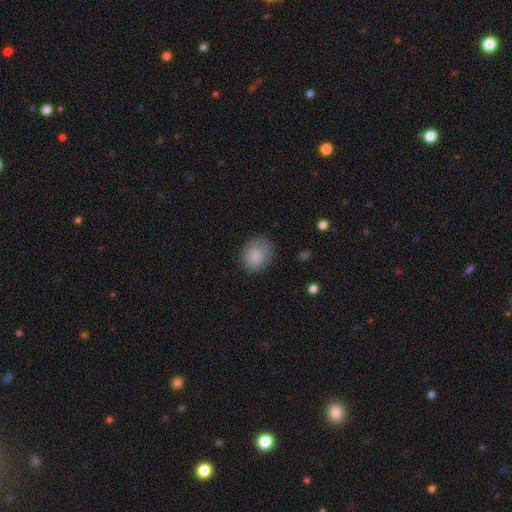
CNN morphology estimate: This appears to be a smooth galaxy with no disk features (87%) that is round (67%). Merging: none (80%).